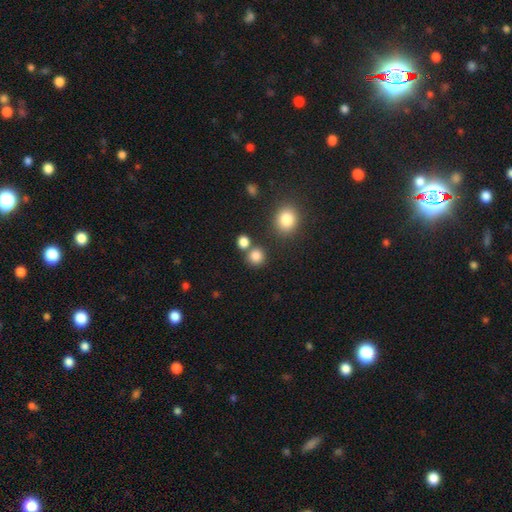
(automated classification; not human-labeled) Morphology: type=smooth (82%); roundness=round (89%); merging=none (75%).